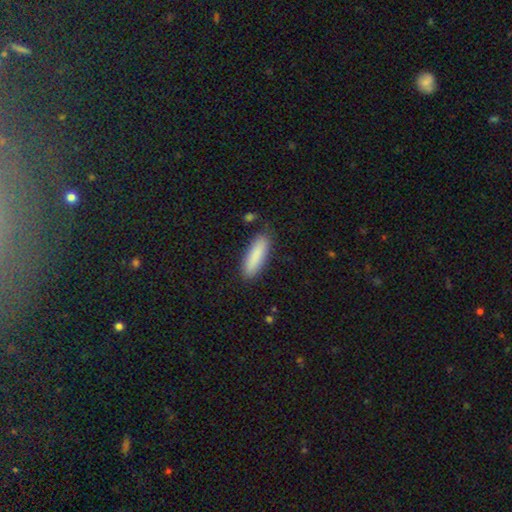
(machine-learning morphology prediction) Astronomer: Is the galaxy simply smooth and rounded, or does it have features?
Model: smooth — 88%.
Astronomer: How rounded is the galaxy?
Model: cigar-shaped — 60% (runner-up: in between, 39%).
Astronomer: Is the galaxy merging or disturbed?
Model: none — 86%.